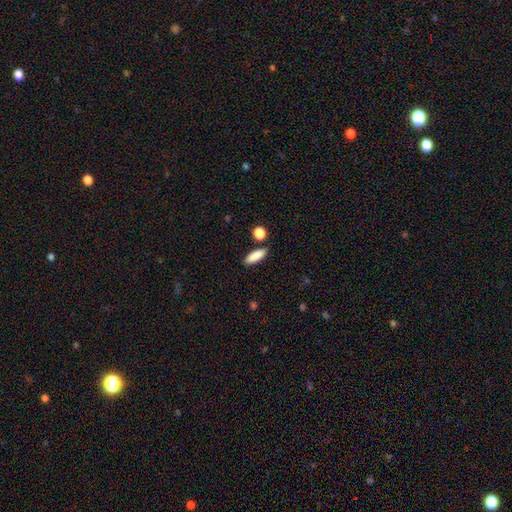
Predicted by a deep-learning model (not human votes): smooth 87%, star or artifact 7%, featured or disk 6%. Down the decision tree: how rounded — in between (52%); merging — none (82%).